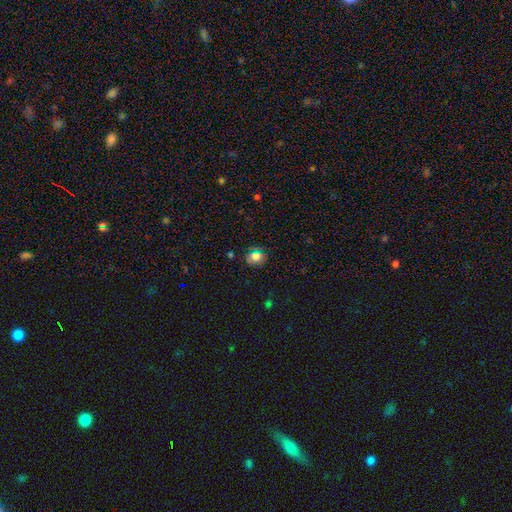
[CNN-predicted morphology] Overall: smooth (68%). How rounded: round (70%). Merging: none (83%).